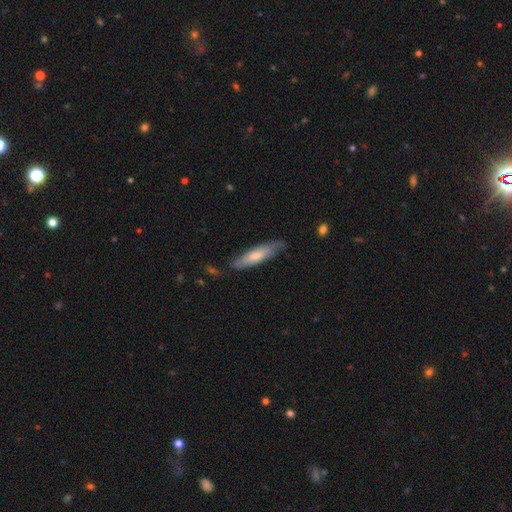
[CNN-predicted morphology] Smooth or featured: smooth — 62% (featured or disk — 32%)
How rounded: cigar-shaped — 69% (in between — 29%)
Merging: none — 71% (minor disturbance — 23%)